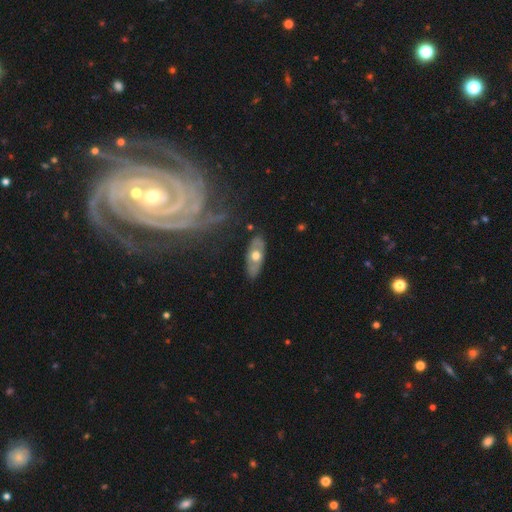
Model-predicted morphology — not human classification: featured or disk 51%, smooth 43%, star or artifact 6%. Down the decision tree: edge-on disk — no (76%); merging — none (81%).